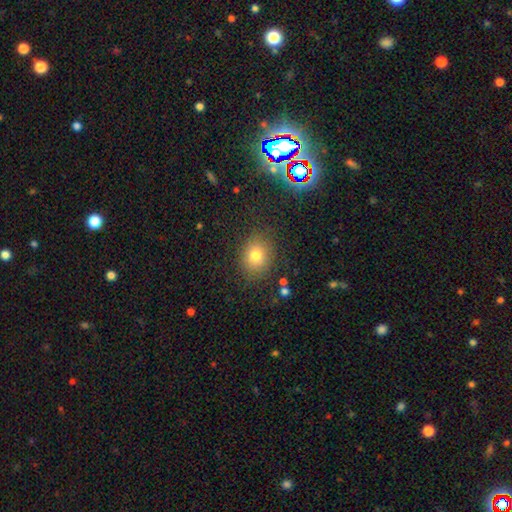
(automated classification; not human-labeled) Smooth or featured? smooth (77%)
How rounded? round (56%)
Merging? none (82%)